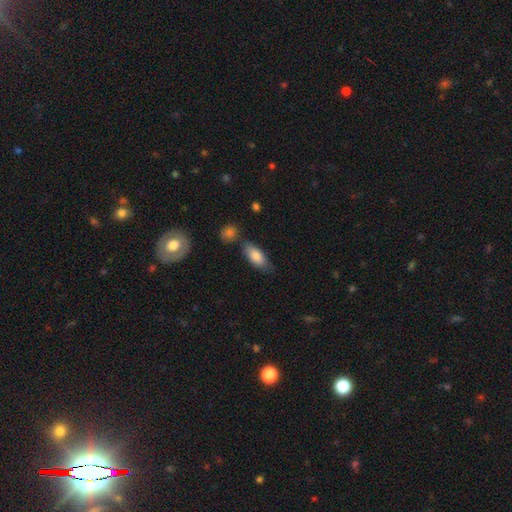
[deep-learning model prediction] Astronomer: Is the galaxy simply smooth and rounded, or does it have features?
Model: smooth — 82%.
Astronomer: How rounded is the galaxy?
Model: in between — 81%.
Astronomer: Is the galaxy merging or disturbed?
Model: none — 70%.